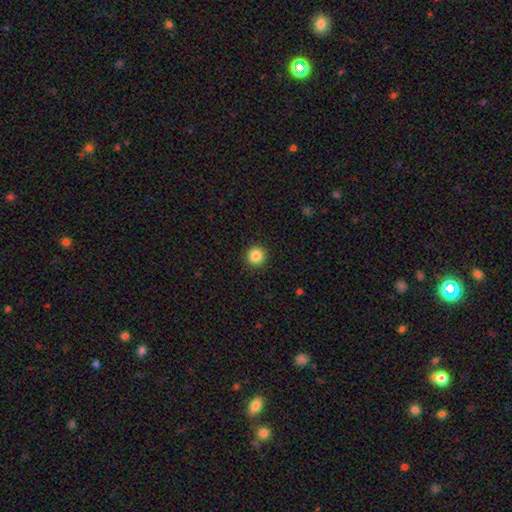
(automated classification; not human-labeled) Q: Smooth or featured?
A: smooth (86%); runner-up: star or artifact (10%)
Q: How rounded?
A: round (95%); runner-up: in between (4%)
Q: Merging?
A: none (92%); runner-up: minor disturbance (5%)